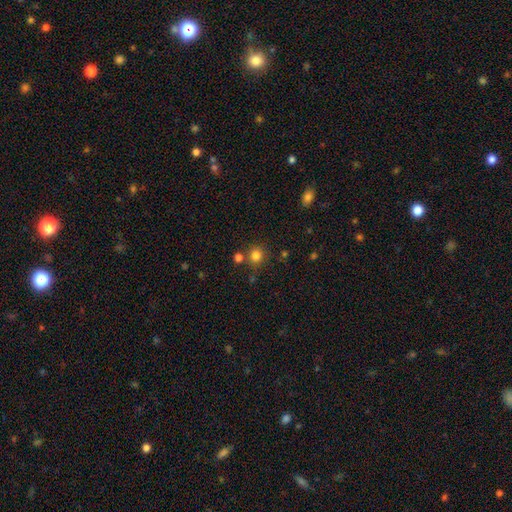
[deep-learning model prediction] smooth 81%, star or artifact 14%, featured or disk 5%. Down the decision tree: how rounded — round (89%); merging — none (78%).